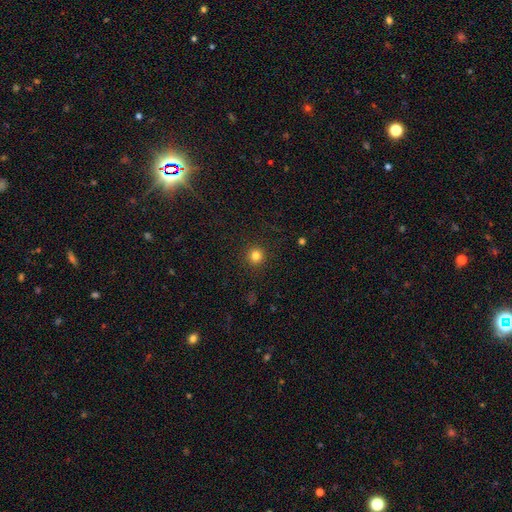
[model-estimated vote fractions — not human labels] A smooth galaxy with no disk features (82%) that is round (95%).

Vote fractions:
- Smooth or featured? smooth: 82% / star or artifact: 13% / featured or disk: 5%
- How rounded? round: 95% / in between: 4% / cigar-shaped: 1%
- Merging? none: 92% / minor disturbance: 5% / major disturbance: 2% / merger: 1%